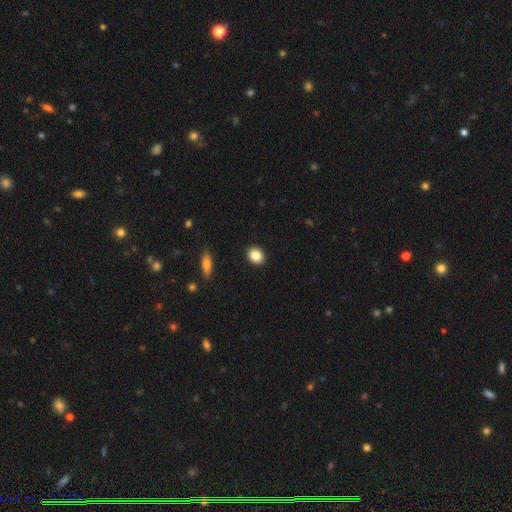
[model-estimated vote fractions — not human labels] Smooth or featured: smooth — 85% (star or artifact — 8%)
How rounded: in between — 50% (round — 49%)
Merging: none — 91% (minor disturbance — 6%)